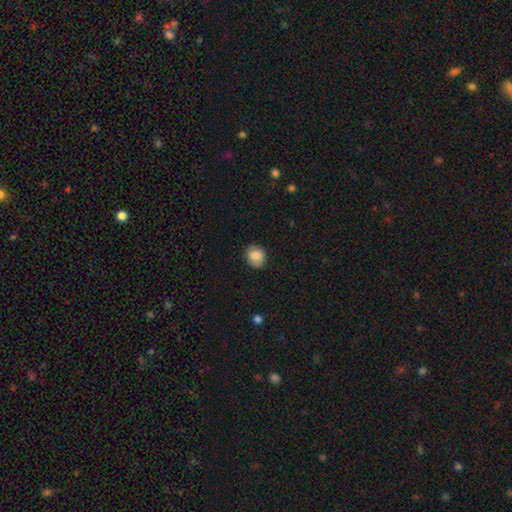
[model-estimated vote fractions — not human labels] A smooth galaxy with no disk features (79%) that is round (74%). Merging: none (83%).